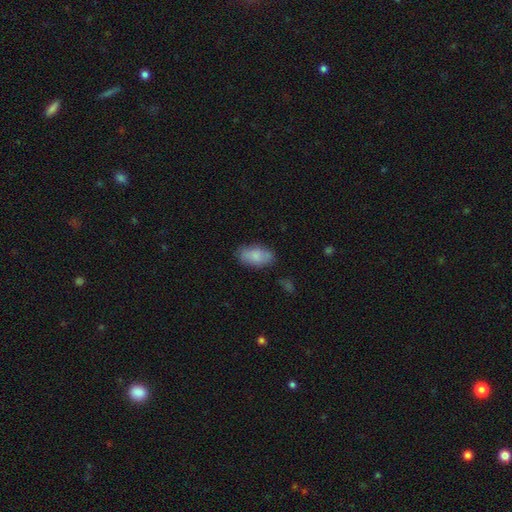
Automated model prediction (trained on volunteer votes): Smooth or featured?
  - smooth: 83% *
  - featured or disk: 10%
  - star or artifact: 6%
How rounded?
  - in between: 93% *
  - round: 4%
  - cigar-shaped: 3%
Merging?
  - none: 77% *
  - minor disturbance: 17%
  - major disturbance: 4%
  - merger: 2%